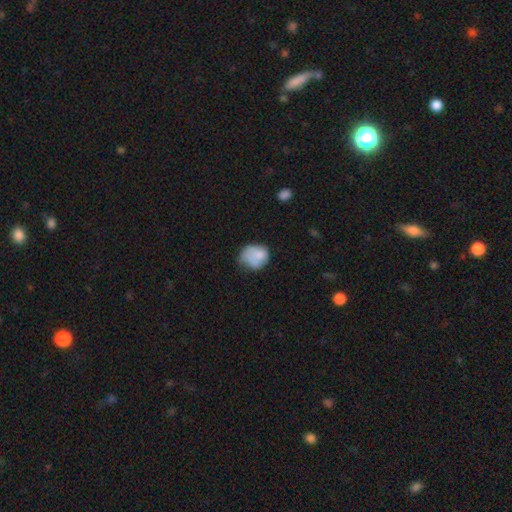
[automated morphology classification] Q: Smooth or featured?
A: smooth (77%); runner-up: featured or disk (14%)
Q: How rounded?
A: round (58%); runner-up: in between (41%)
Q: Merging?
A: none (39%); tied with: minor disturbance (39%)